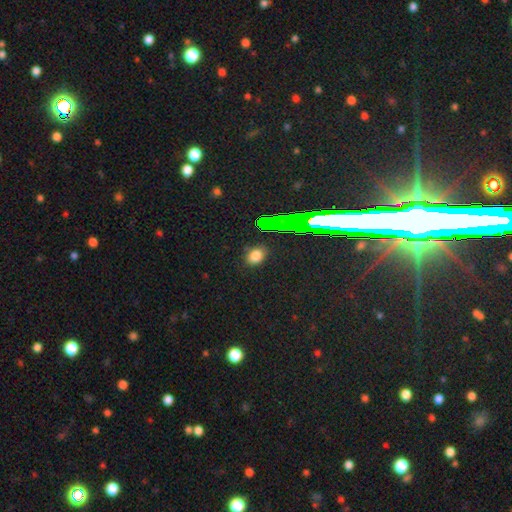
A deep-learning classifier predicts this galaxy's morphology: smooth 75%, star or artifact 19%, featured or disk 6%. Down the decision tree: how rounded — in between (52%); merging — none (85%).